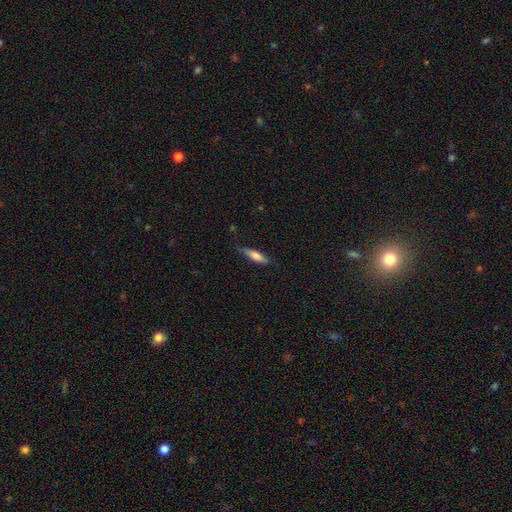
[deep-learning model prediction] The model was most divided on "how rounded": cigar-shaped: 68%, in between: 31%, round: 2%. More confident: merging — none (75%); smooth or featured — smooth (70%).